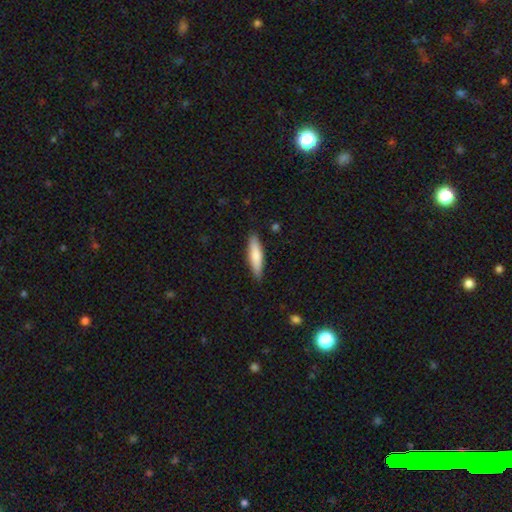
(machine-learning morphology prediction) Smooth or featured: smooth — 75% (featured or disk — 19%)
How rounded: cigar-shaped — 72% (in between — 27%)
Merging: none — 88% (minor disturbance — 9%)